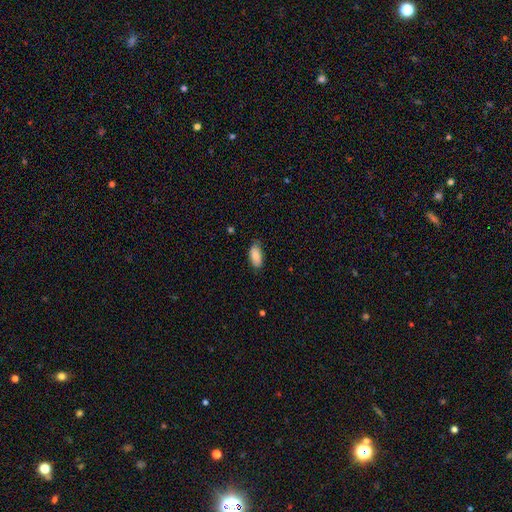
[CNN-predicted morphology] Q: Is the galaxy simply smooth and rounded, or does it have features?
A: smooth — 85%.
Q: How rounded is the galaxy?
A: in between — 90%.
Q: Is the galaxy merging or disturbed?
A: none — 79%.